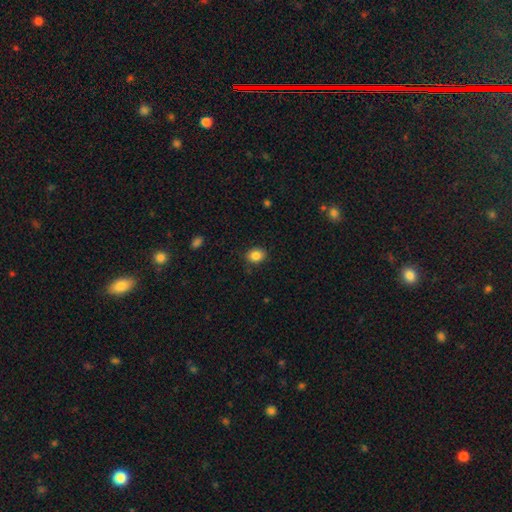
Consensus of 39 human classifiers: smooth-or-featured: smooth: 95% | featured or disk: 3% | star or artifact: 3%
  how-rounded: in between: 51% | round: 49% | cigar-shaped: 0%
  merging: none: 84% | major disturbance: 8% | minor disturbance: 5% | merger: 3%